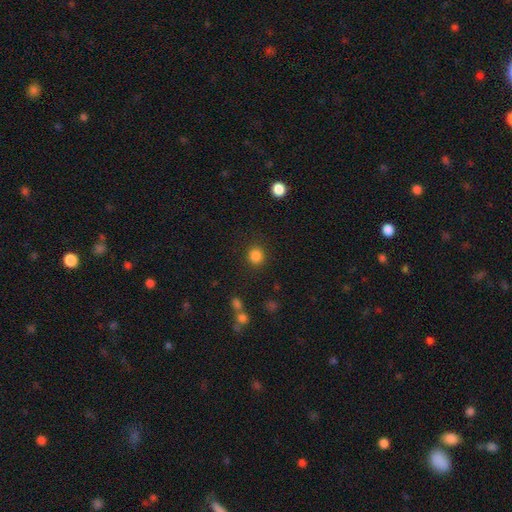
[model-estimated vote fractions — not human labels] Smooth or featured: smooth — 85% (star or artifact — 12%)
How rounded: round — 89% (in between — 10%)
Merging: none — 88% (minor disturbance — 7%)